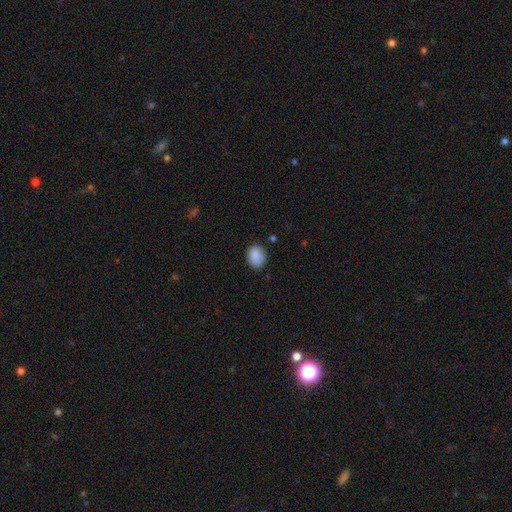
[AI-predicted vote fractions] A smooth galaxy with no disk features (87%) that is in between round and cigar-shaped (57%). Merging: none (78%).